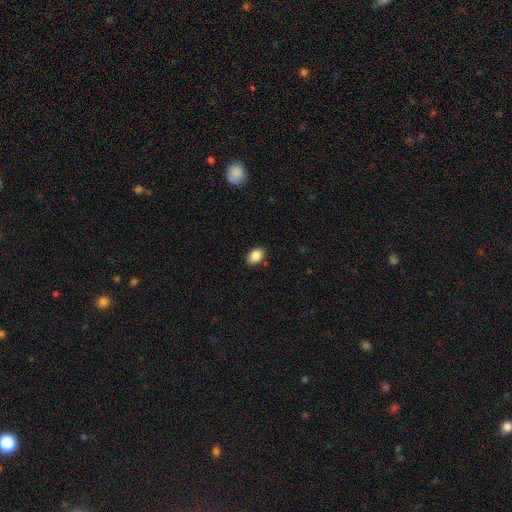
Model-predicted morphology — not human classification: A smooth galaxy with no disk features (86%) that is in between round and cigar-shaped (83%). Merging: none (85%).